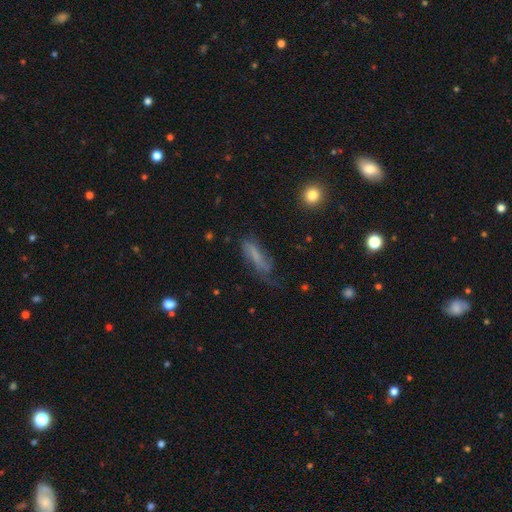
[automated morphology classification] This appears to be a smooth galaxy with no disk features (51%) that is cigar-shaped (54%). Merging: none (44%).